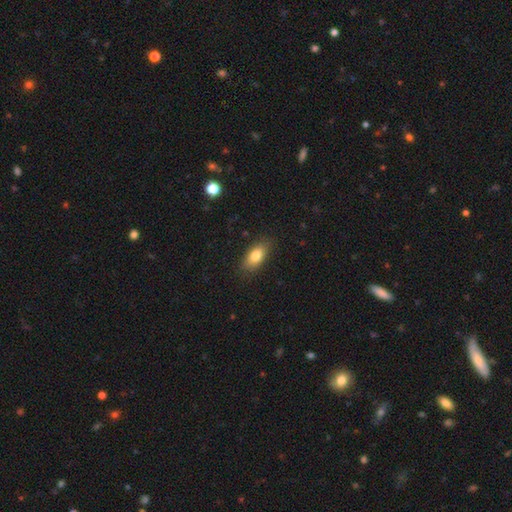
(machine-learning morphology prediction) smooth_or_featured: smooth (p=0.80) [alt: featured or disk p=0.12]
how_rounded: in between (p=0.85) [alt: cigar-shaped p=0.10]
merging: none (p=0.83) [alt: minor disturbance p=0.13]